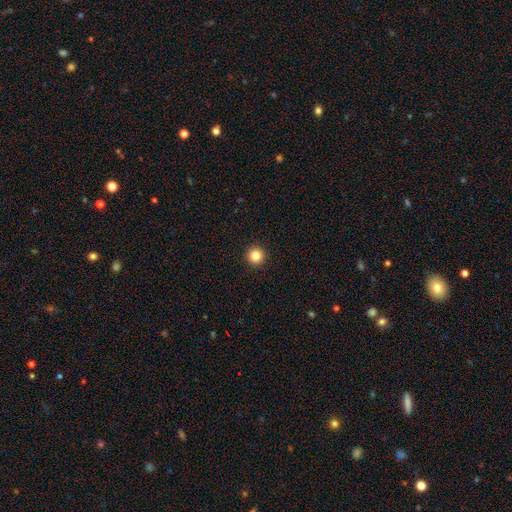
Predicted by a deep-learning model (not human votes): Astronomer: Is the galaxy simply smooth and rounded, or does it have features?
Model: smooth — 84%.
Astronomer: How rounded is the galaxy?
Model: round — 96%.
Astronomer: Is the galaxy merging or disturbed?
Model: none — 94%.